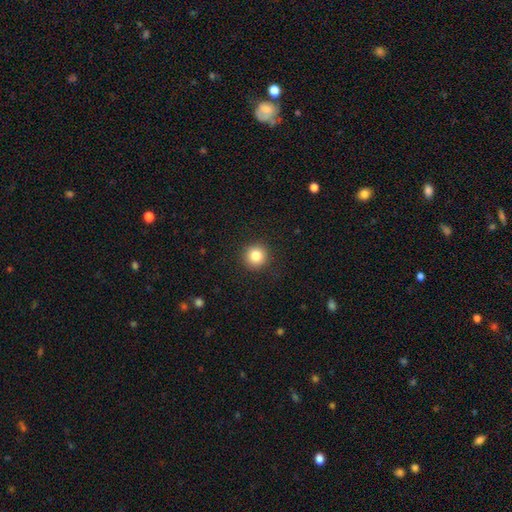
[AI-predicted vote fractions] smooth_or_featured: smooth (p=0.84) [alt: star or artifact p=0.10]
how_rounded: round (p=0.95) [alt: in between p=0.05]
merging: none (p=0.92) [alt: minor disturbance p=0.05]